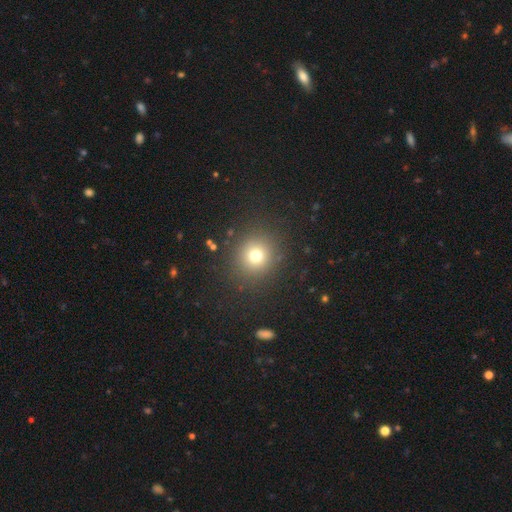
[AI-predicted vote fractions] A smooth galaxy with no disk features (72%) that is round (91%). Merging: none (88%).